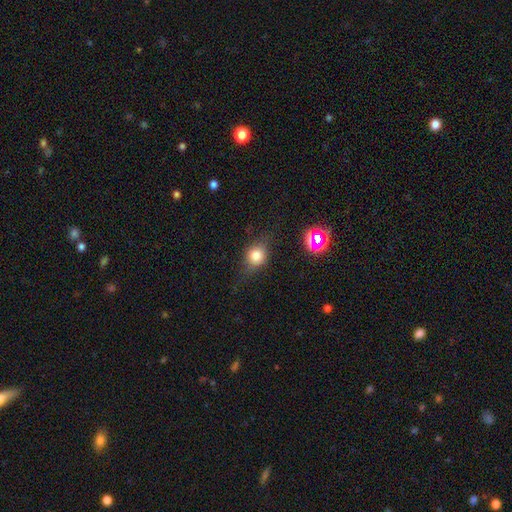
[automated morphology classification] Smooth or featured? smooth (70%)
How rounded? round (65%)
Merging? none (68%)